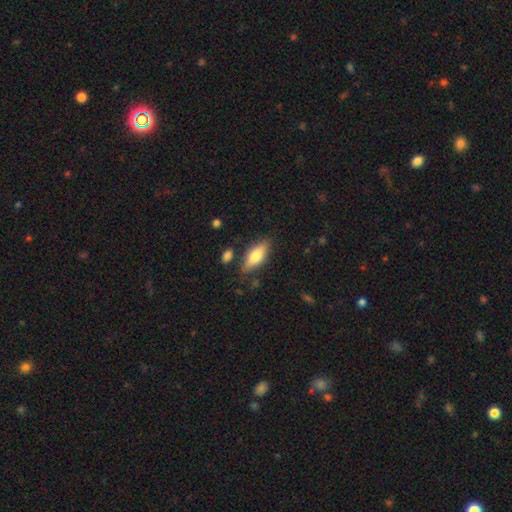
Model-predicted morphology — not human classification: Smooth or featured? smooth (69%)
How rounded? in between (70%)
Merging? none (78%)